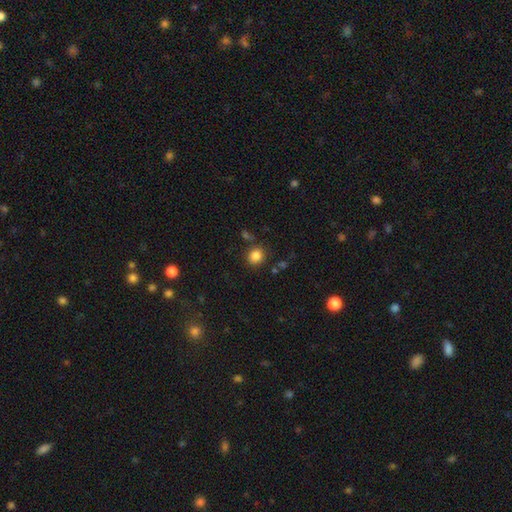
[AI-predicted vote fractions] Smooth or featured? smooth (84%)
How rounded? round (82%)
Merging? none (82%)